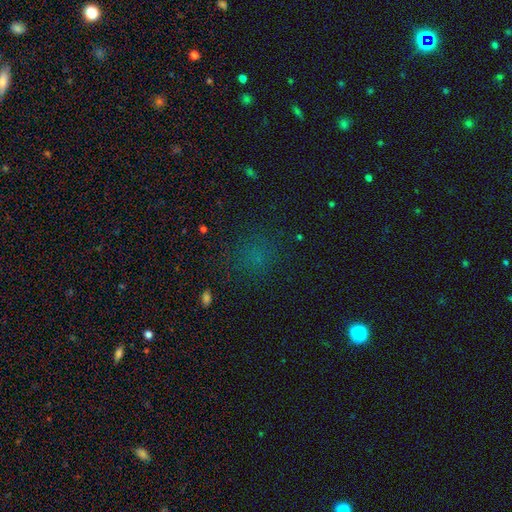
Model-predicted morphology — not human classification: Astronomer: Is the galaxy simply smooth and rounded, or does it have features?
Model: smooth — 53% (runner-up: star or artifact, 39%).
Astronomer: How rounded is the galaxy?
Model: round — 76%.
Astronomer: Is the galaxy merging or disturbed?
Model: none — 77%.